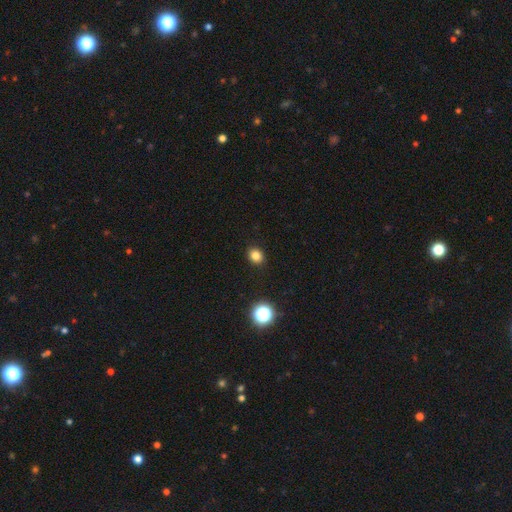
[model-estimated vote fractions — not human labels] Smooth or featured: smooth — 81% (star or artifact — 14%)
How rounded: round — 64% (in between — 35%)
Merging: none — 91% (minor disturbance — 6%)